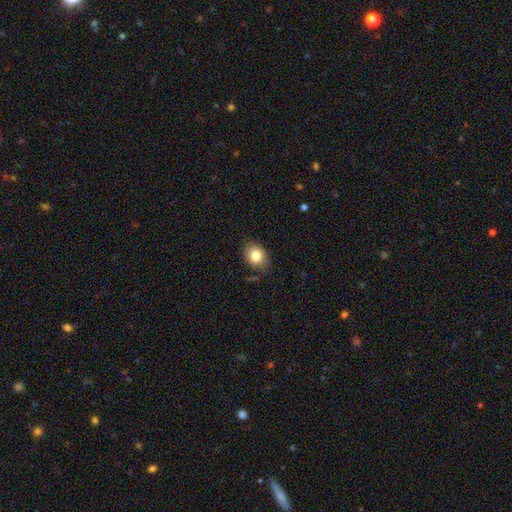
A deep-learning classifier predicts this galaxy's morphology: Smooth or featured? smooth (82%)
How rounded? in between (54%)
Merging? none (79%)